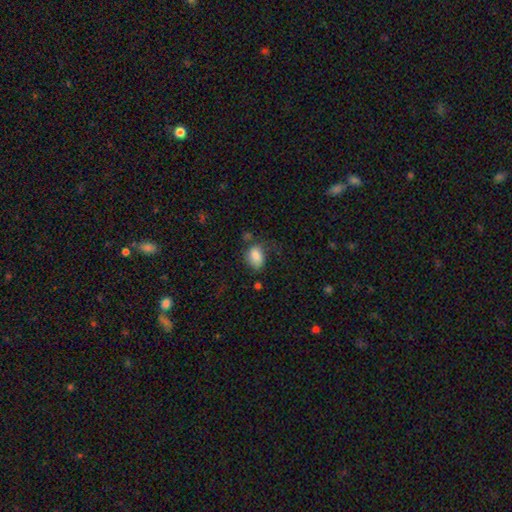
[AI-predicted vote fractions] Smooth or featured? smooth (81%)
How rounded? in between (78%)
Merging? none (50%)